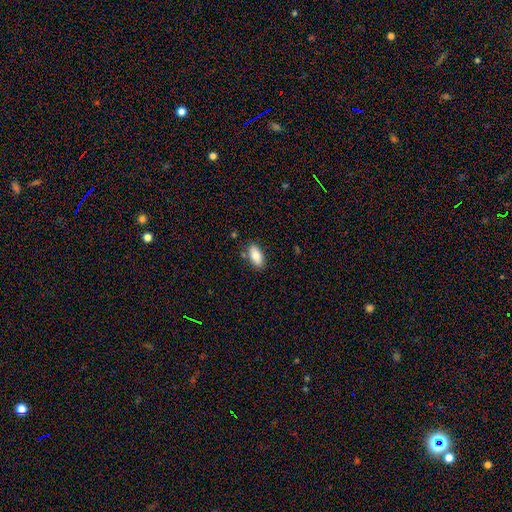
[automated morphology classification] smooth 83%, featured or disk 10%, star or artifact 7%. Down the decision tree: how rounded — in between (91%); merging — none (82%).